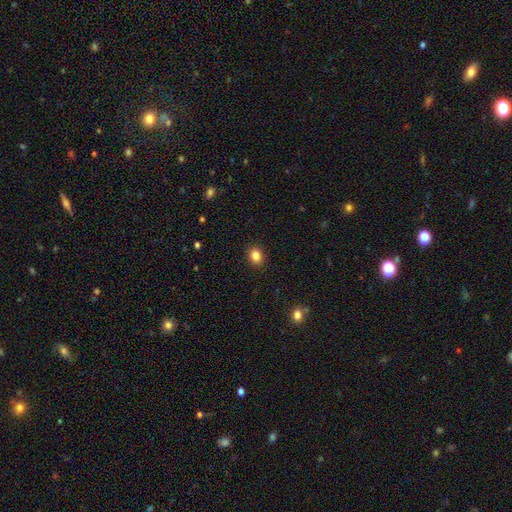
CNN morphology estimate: Smooth or featured? Predicted: smooth (p=0.85). How rounded? Predicted: in between (p=0.62). Merging? Predicted: none (p=0.90).